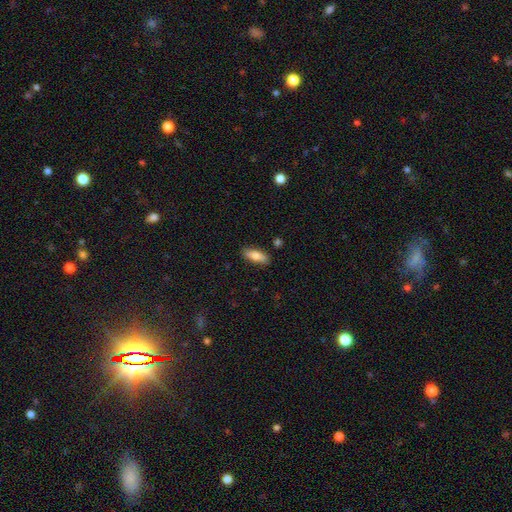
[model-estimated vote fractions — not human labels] A smooth galaxy with no disk features (77%) that is in between round and cigar-shaped (69%).

Vote fractions:
- Smooth or featured? smooth: 77% / featured or disk: 17% / star or artifact: 6%
- How rounded? in between: 69% / cigar-shaped: 29% / round: 2%
- Merging? none: 86% / minor disturbance: 10% / major disturbance: 2% / merger: 2%